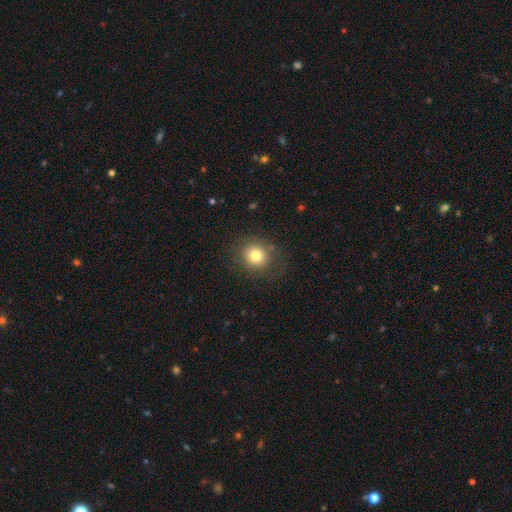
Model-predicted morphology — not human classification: Smooth or featured: smooth — 76% (star or artifact — 12%)
How rounded: round — 81% (in between — 18%)
Merging: none — 81% (minor disturbance — 12%)